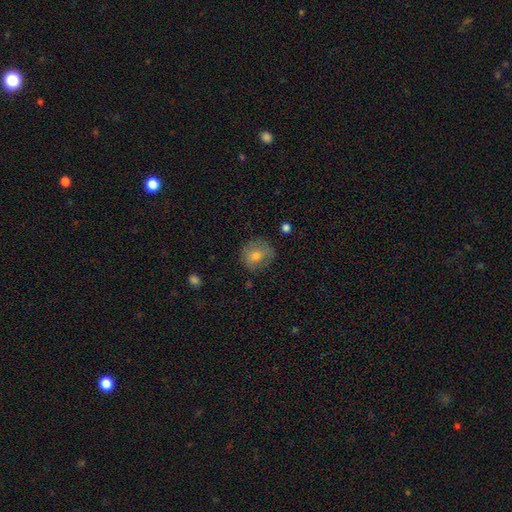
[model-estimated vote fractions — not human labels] Smooth or featured? Predicted: smooth (p=0.65). How rounded? Predicted: round (p=0.77). Merging? Predicted: none (p=0.71).